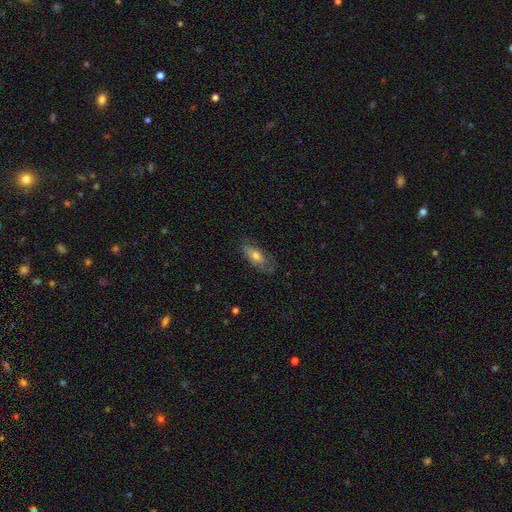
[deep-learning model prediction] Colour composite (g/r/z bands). It shows a smooth galaxy with no disk features (60%) that is in between round and cigar-shaped (75%). Merging: none (64%).